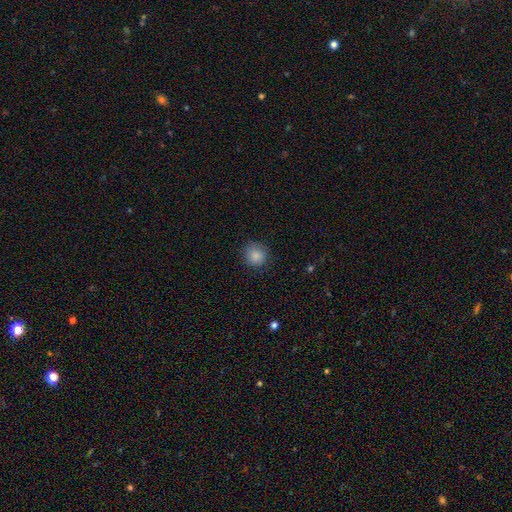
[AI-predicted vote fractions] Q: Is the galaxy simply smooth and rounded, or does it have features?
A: smooth — 86%.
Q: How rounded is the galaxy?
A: round — 90%.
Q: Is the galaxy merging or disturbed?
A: none — 83%.